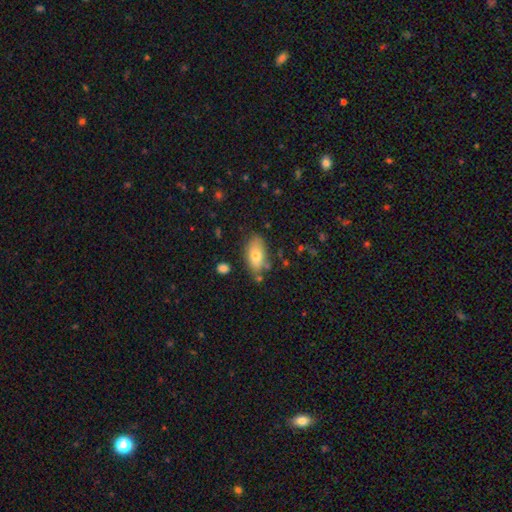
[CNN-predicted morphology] smooth 75%, featured or disk 17%, star or artifact 8%. Down the decision tree: how rounded — in between (91%); merging — none (74%).